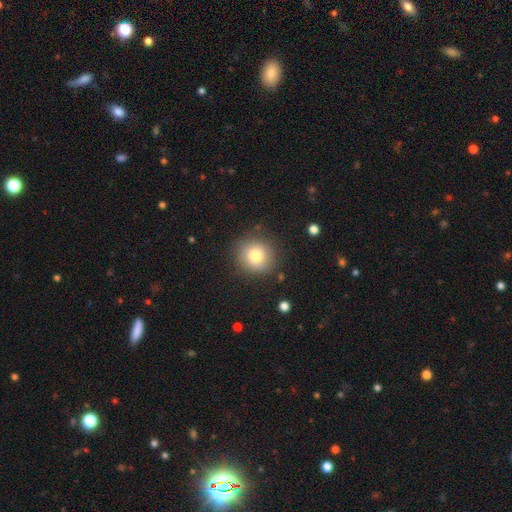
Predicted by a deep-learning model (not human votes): Smooth or featured? Predicted: smooth (p=0.78). How rounded? Predicted: round (p=0.89). Merging? Predicted: none (p=0.86).